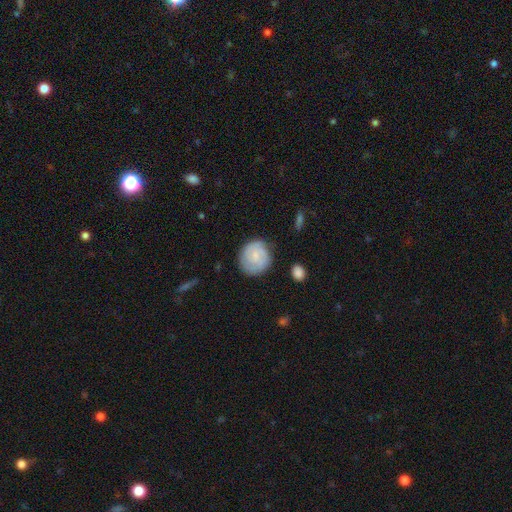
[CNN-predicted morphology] featured or disk 56%, smooth 38%, star or artifact 6%. Down the decision tree: edge-on disk — no (98%); bar — no (59%); spiral arms — yes (89%); bulge size — small (59%); merging — none (77%).